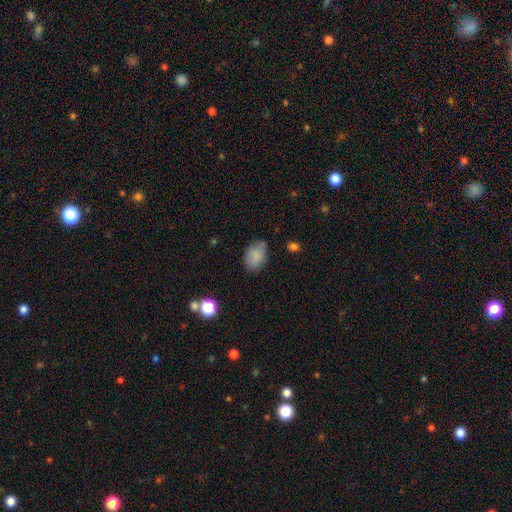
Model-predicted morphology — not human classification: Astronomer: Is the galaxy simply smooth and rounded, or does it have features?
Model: smooth — 83%.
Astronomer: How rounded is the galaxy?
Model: in between — 85%.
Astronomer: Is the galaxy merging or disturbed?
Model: none — 70%.